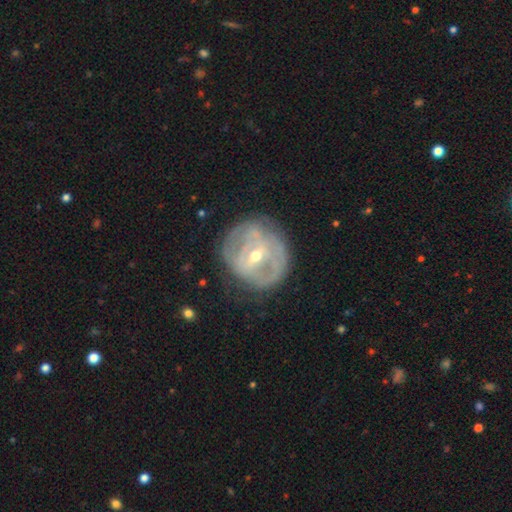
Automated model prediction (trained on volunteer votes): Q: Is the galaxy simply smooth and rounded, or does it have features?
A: featured or disk — 76%.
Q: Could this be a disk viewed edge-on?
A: no — 96%.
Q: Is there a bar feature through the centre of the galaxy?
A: weak — 46%.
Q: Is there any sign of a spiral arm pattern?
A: yes — 66%.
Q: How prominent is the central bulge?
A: moderate — 56%.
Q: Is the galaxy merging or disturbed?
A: none — 66%.